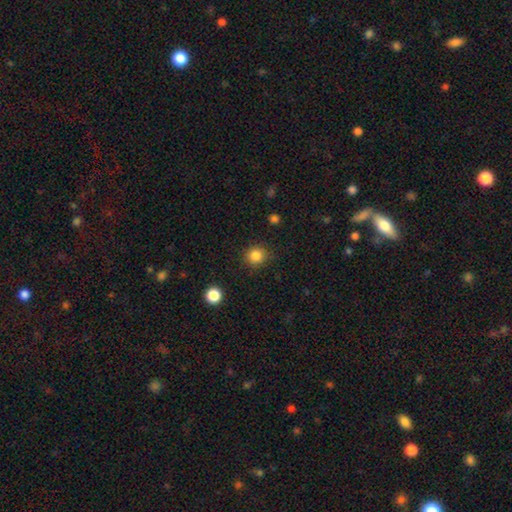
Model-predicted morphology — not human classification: Overall: smooth (84%). How rounded: round (90%). Merging: none (88%).